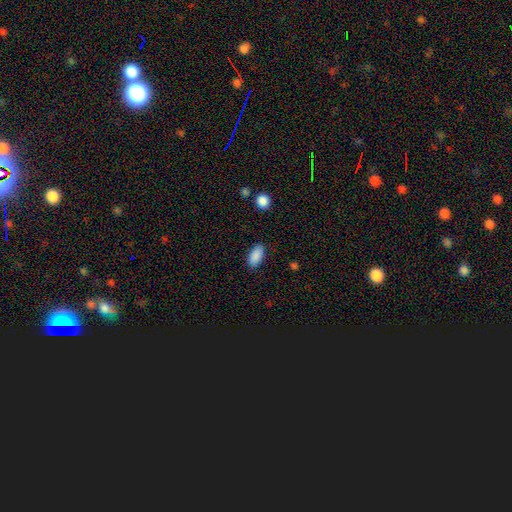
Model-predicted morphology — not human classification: Smooth or featured? Predicted: smooth (p=0.89). How rounded? Predicted: in between (p=0.91). Merging? Predicted: none (p=0.86).